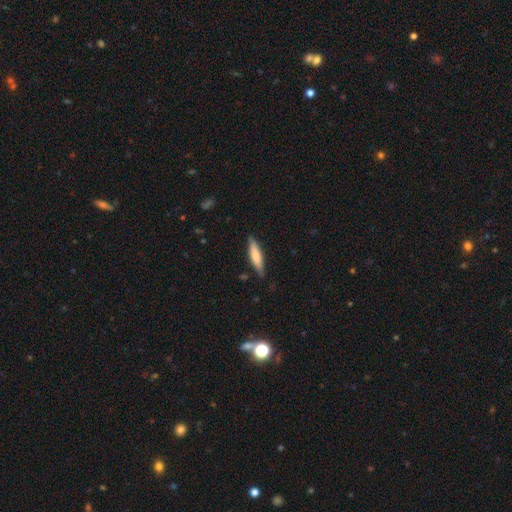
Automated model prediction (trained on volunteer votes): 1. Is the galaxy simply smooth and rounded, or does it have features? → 67% smooth, 27% featured or disk, 6% star or artifact.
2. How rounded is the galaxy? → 78% cigar-shaped, 21% in between, 1% round.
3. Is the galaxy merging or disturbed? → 84% none, 13% minor disturbance, 2% major disturbance, 1% merger.